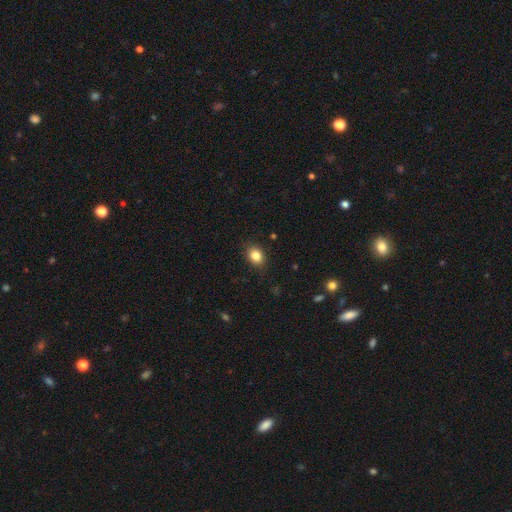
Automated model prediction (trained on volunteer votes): Smooth or featured? Predicted: smooth (p=0.85). How rounded? Predicted: in between (p=0.53). Merging? Predicted: none (p=0.86).